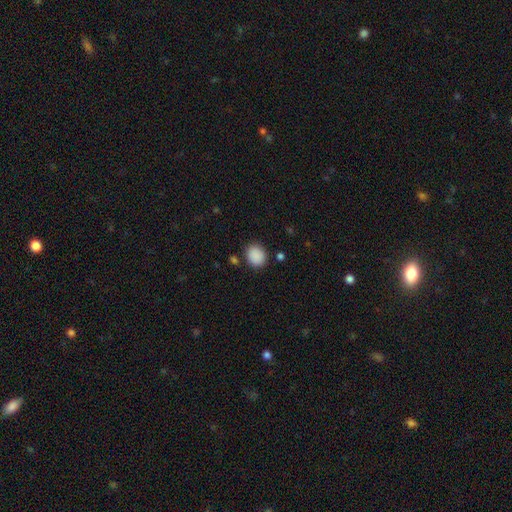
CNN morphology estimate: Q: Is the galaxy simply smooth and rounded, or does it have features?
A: smooth — 89%.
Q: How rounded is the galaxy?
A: round — 62%.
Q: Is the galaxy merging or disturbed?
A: none — 84%.